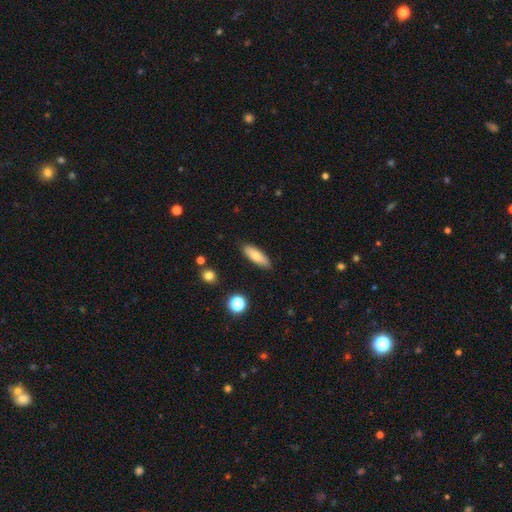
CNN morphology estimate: Smooth or featured? smooth (74%)
How rounded? in between (55%)
Merging? none (87%)